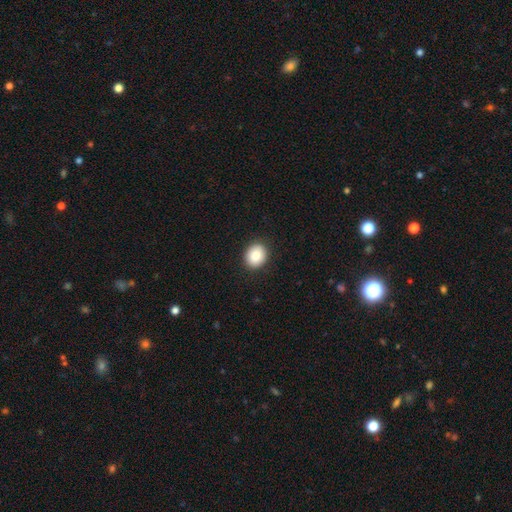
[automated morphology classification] Smooth or featured?
  - smooth: 86% *
  - star or artifact: 8%
  - featured or disk: 6%
How rounded?
  - round: 53% *
  - in between: 46%
  - cigar-shaped: 1%
Merging?
  - none: 90% *
  - minor disturbance: 7%
  - major disturbance: 2%
  - merger: 1%